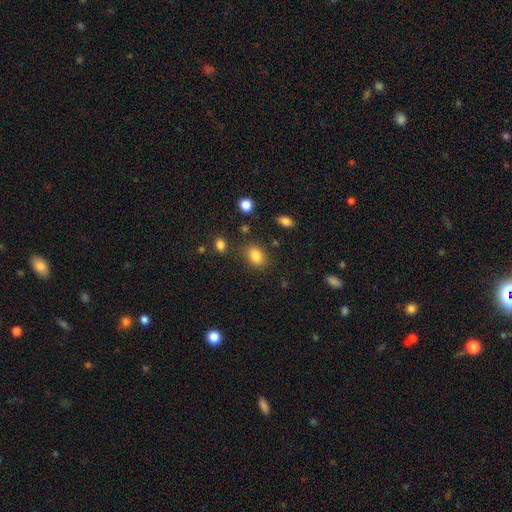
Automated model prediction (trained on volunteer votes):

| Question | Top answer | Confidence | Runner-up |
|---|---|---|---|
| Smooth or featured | smooth | 83% | star or artifact (10%) |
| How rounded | in between | 71% | round (28%) |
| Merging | none | 77% | minor disturbance (14%) |